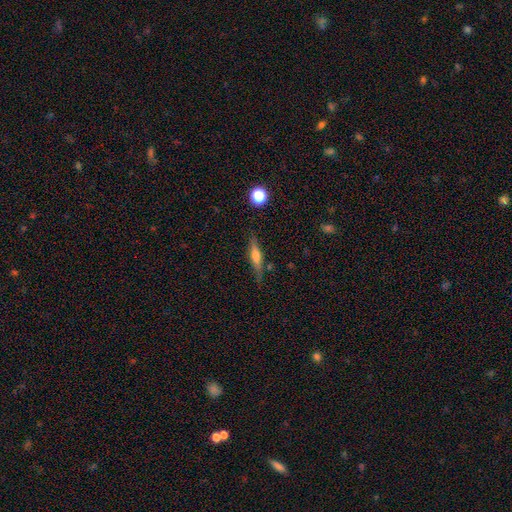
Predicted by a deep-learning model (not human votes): A featured or disk galaxy (52%) viewed edge-on (94%). Merging: none (81%).